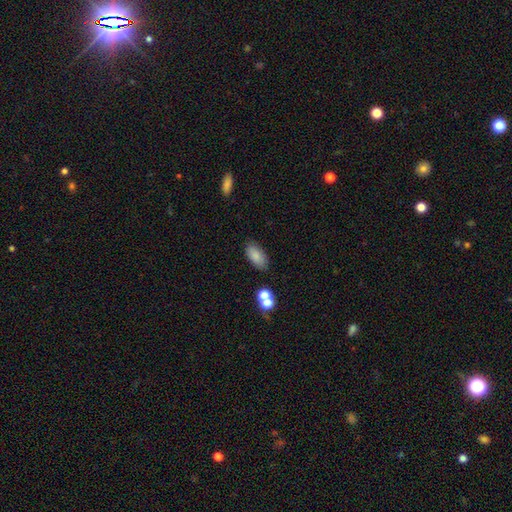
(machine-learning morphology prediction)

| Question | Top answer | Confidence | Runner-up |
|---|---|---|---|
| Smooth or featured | smooth | 84% | star or artifact (8%) |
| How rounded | in between | 90% | cigar-shaped (7%) |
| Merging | none | 82% | minor disturbance (11%) |